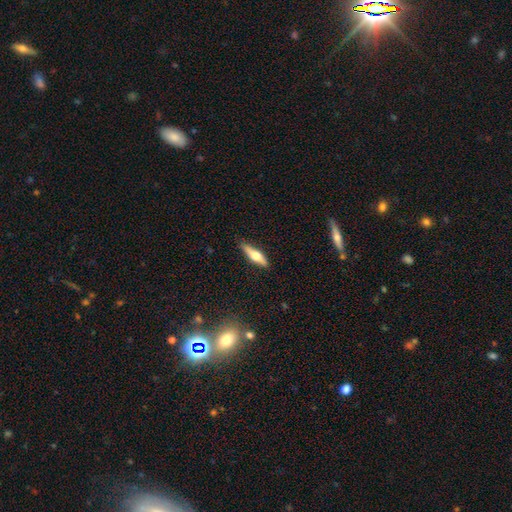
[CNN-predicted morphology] Smooth or featured? featured or disk (49%)
Merging? none (88%)